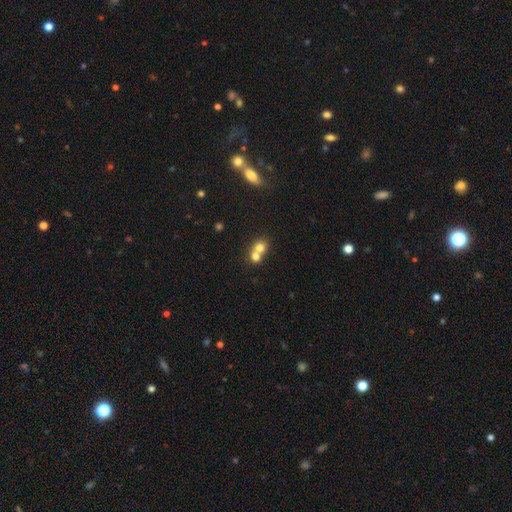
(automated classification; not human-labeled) A smooth galaxy with no disk features (72%) that is round (73%). Merging: merger (67%).